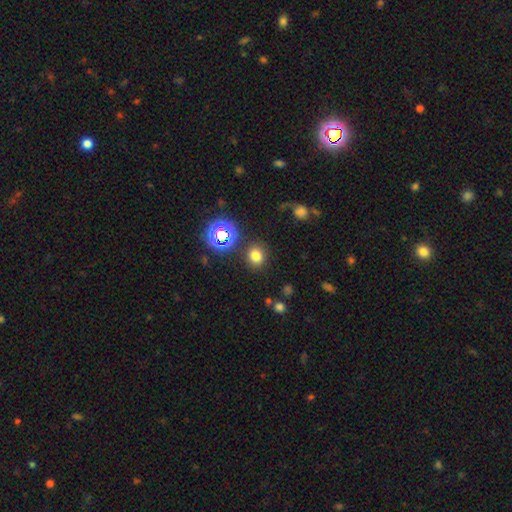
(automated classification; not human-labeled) Q: Smooth or featured?
A: smooth (73%); runner-up: star or artifact (21%)
Q: How rounded?
A: round (78%); runner-up: in between (21%)
Q: Merging?
A: none (86%); runner-up: minor disturbance (8%)